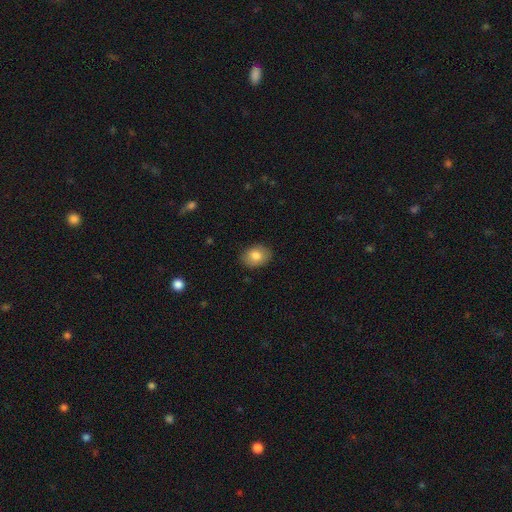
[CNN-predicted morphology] A smooth galaxy with no disk features (82%) that is in between round and cigar-shaped (67%). Merging: none (87%).